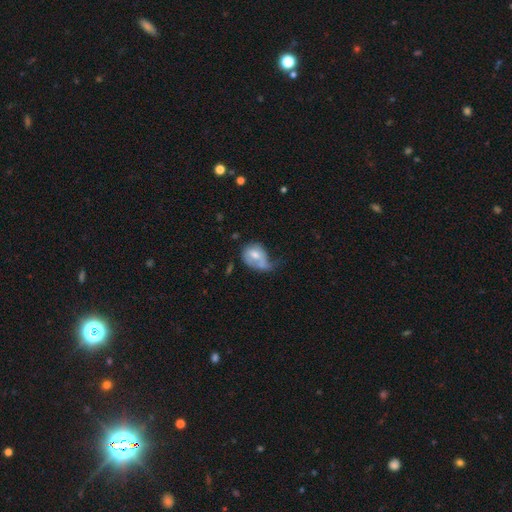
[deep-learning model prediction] Smooth or featured? smooth (57%)
How rounded? in between (56%)
Merging? major disturbance (36%)